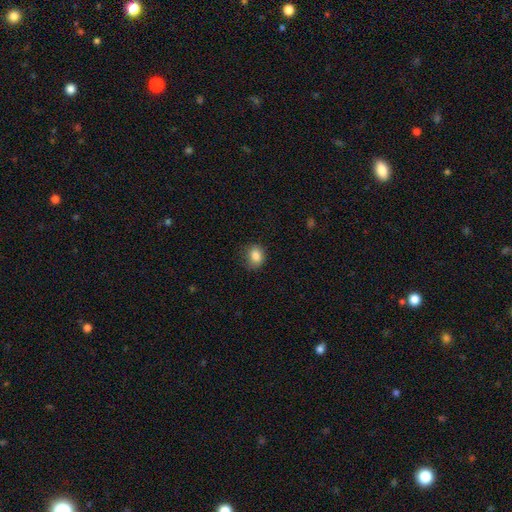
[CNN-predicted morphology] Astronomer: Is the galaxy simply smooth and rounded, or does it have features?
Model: smooth — 85%.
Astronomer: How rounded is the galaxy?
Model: round — 54% (runner-up: in between, 45%).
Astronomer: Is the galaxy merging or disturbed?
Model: none — 74%.